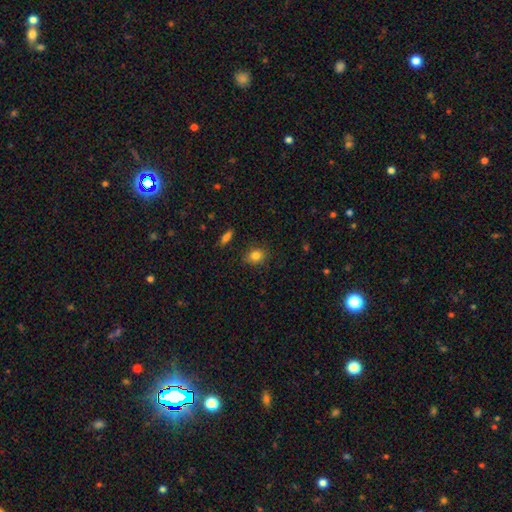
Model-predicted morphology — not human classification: Q: Smooth or featured?
A: smooth (83%); runner-up: star or artifact (11%)
Q: How rounded?
A: round (57%); runner-up: in between (41%)
Q: Merging?
A: none (84%); runner-up: minor disturbance (11%)